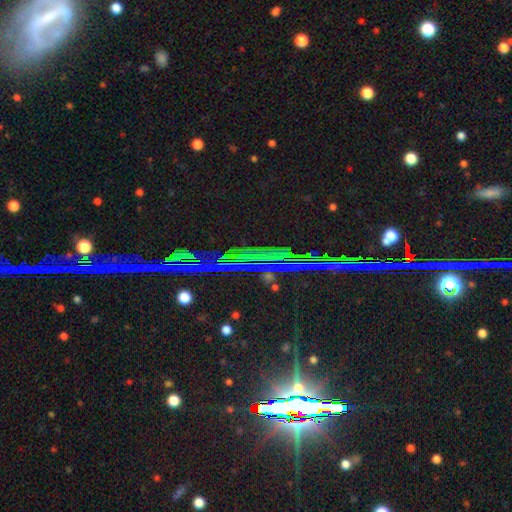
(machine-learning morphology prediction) Q: Smooth or featured?
A: star or artifact (83%); runner-up: featured or disk (10%)